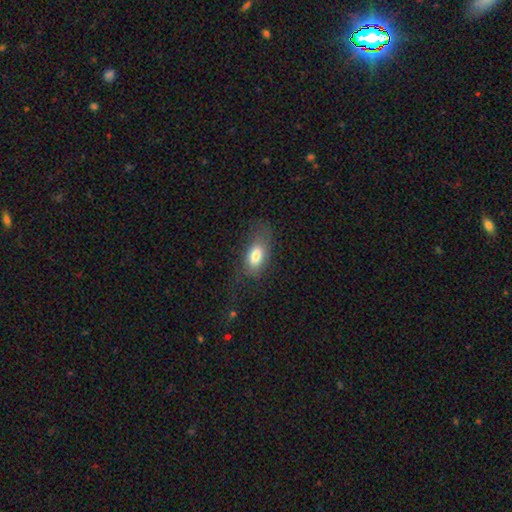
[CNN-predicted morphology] type=smooth (76%); roundness=in between (89%); merging=none (56%).